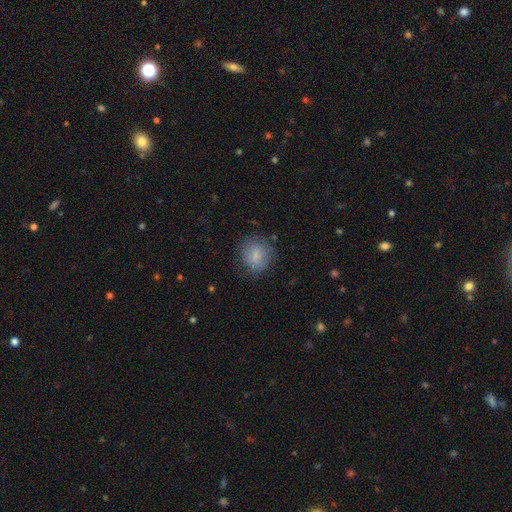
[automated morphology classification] A smooth galaxy with no disk features (79%) that is round (77%).

Vote fractions:
- Smooth or featured? smooth: 79% / featured or disk: 13% / star or artifact: 8%
- How rounded? round: 77% / in between: 21% / cigar-shaped: 1%
- Merging? none: 74% / minor disturbance: 18% / major disturbance: 6% / merger: 1%